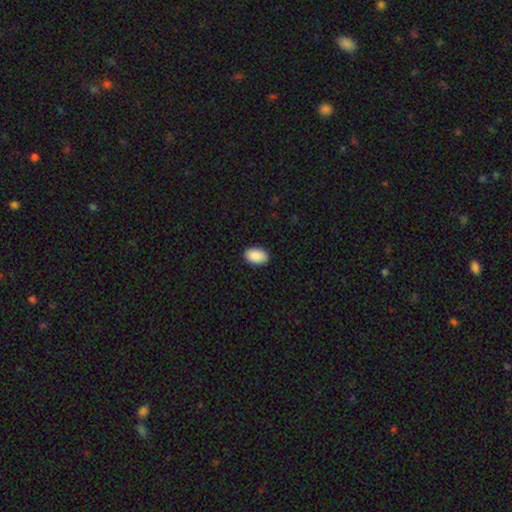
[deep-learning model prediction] smooth-or-featured: smooth: 91% | star or artifact: 7% | featured or disk: 3%
  how-rounded: in between: 91% | round: 8% | cigar-shaped: 1%
  merging: none: 90% | minor disturbance: 7% | major disturbance: 2% | merger: 1%